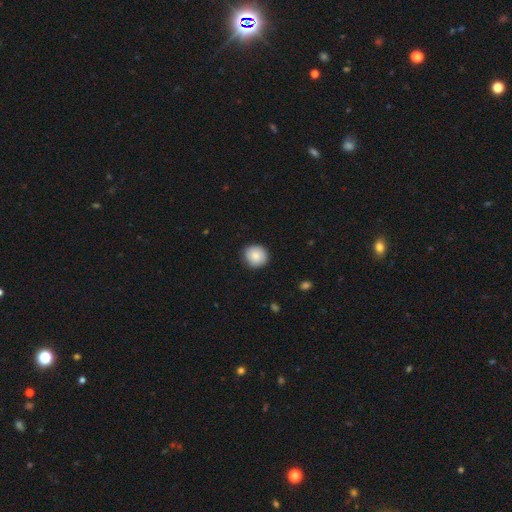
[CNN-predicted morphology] smooth_or_featured: smooth (p=0.84) [alt: featured or disk p=0.09]
how_rounded: round (p=0.86) [alt: in between p=0.13]
merging: none (p=0.88) [alt: minor disturbance p=0.09]